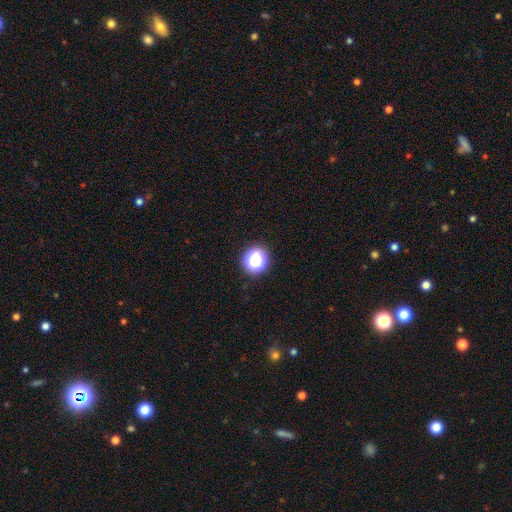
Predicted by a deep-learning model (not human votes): A smooth galaxy with no disk features (52%) that is round (88%). Merging: none (81%).